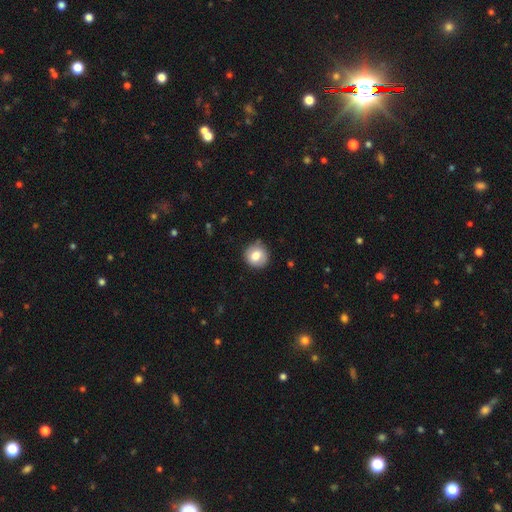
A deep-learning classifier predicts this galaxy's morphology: This appears to be a smooth galaxy with no disk features (78%) that is round (90%). Merging: none (83%).